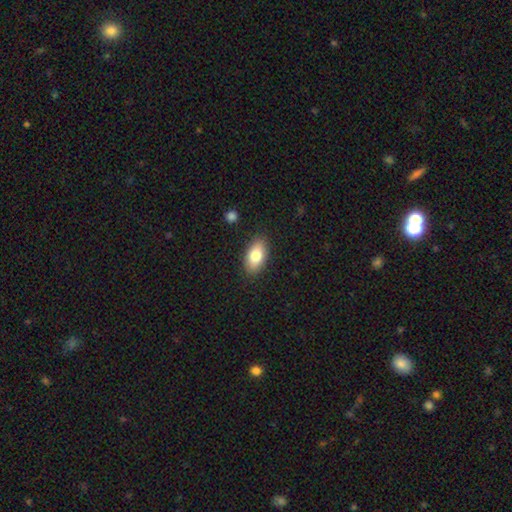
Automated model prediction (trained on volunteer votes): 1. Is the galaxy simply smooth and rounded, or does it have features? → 78% smooth, 15% featured or disk, 7% star or artifact.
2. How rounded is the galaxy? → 90% in between, 5% cigar-shaped, 5% round.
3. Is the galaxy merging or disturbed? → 87% none, 9% minor disturbance, 2% major disturbance, 1% merger.